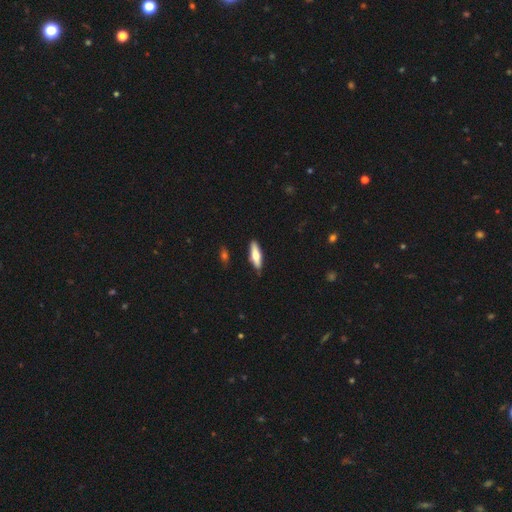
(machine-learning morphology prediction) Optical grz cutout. It shows a smooth galaxy with no disk features (59%) that is cigar-shaped (63%). Merging: none (86%).